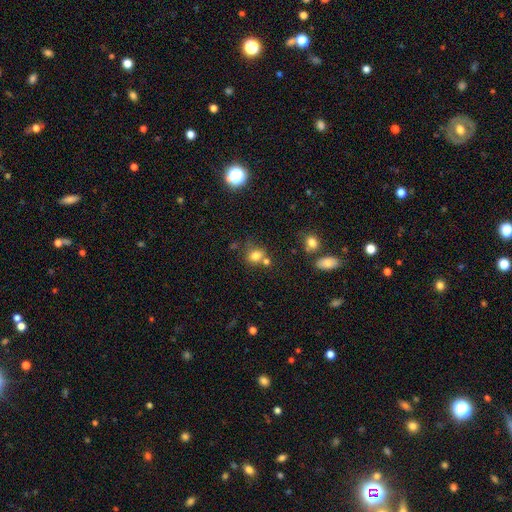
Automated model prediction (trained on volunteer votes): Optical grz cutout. It shows a smooth galaxy with no disk features (77%) that is round (57%). Merging: none (53%).